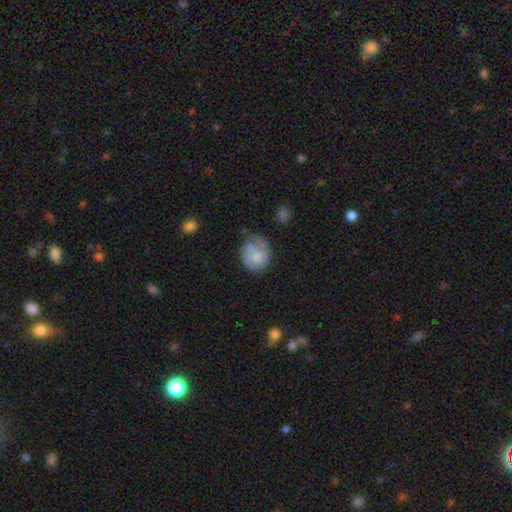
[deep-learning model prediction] Smooth or featured: smooth — 68% (featured or disk — 25%)
How rounded: round — 67% (in between — 33%)
Merging: none — 43% (minor disturbance — 32%)